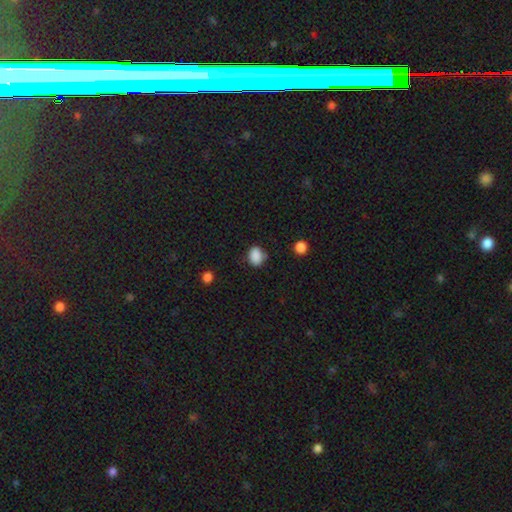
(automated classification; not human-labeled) The model was most divided on "how rounded": in between: 61%, round: 38%, cigar-shaped: 1%. More confident: smooth or featured — smooth (87%); merging — none (70%).